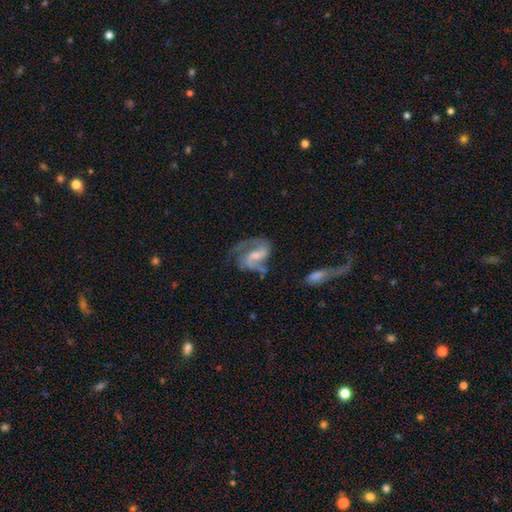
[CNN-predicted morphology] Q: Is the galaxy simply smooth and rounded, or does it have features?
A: featured or disk — 82%.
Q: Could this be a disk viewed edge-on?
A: no — 98%.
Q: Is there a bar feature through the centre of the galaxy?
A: weak — 51%.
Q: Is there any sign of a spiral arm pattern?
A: yes — 94%.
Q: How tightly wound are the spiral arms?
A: medium — 51%.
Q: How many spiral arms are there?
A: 2 — 78%.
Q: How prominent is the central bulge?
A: moderate — 41%.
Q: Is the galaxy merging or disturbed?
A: none — 45%.